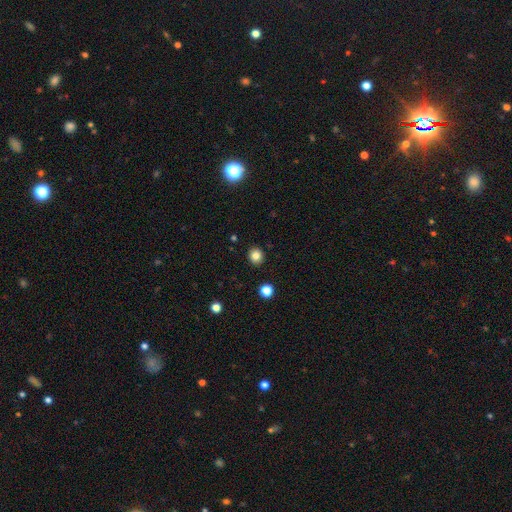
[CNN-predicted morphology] type=smooth (84%); roundness=round (82%); merging=none (91%).